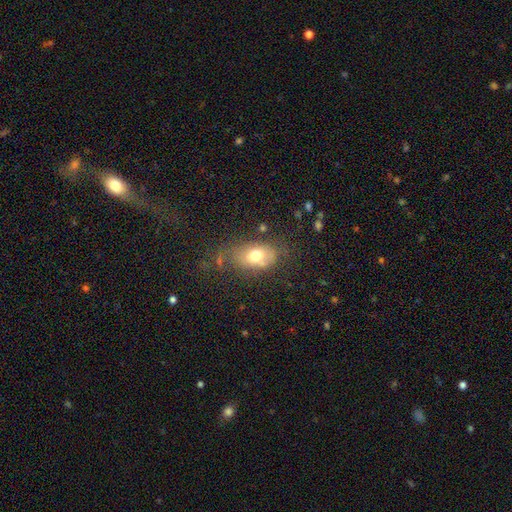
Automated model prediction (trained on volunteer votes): Smooth or featured?
  - smooth: 70% *
  - featured or disk: 20%
  - star or artifact: 10%
How rounded?
  - in between: 84% *
  - round: 14%
  - cigar-shaped: 2%
Merging?
  - none: 58% *
  - minor disturbance: 24%
  - major disturbance: 13%
  - merger: 6%